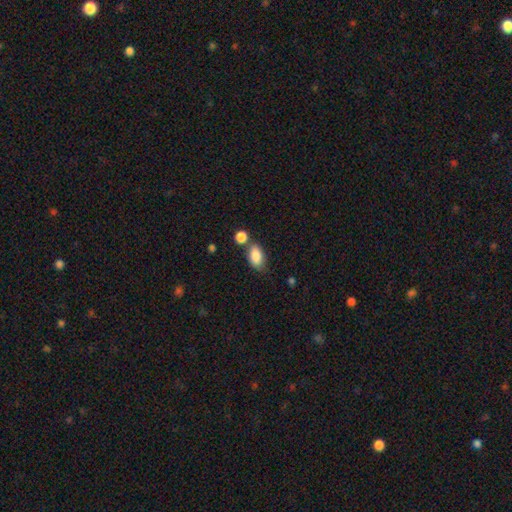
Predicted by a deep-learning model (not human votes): A smooth galaxy with no disk features (85%) that is in between round and cigar-shaped (91%).

Vote fractions:
- Smooth or featured? smooth: 85% / featured or disk: 8% / star or artifact: 7%
- How rounded? in between: 91% / round: 7% / cigar-shaped: 2%
- Merging? none: 58% / merger: 19% / minor disturbance: 18% / major disturbance: 5%